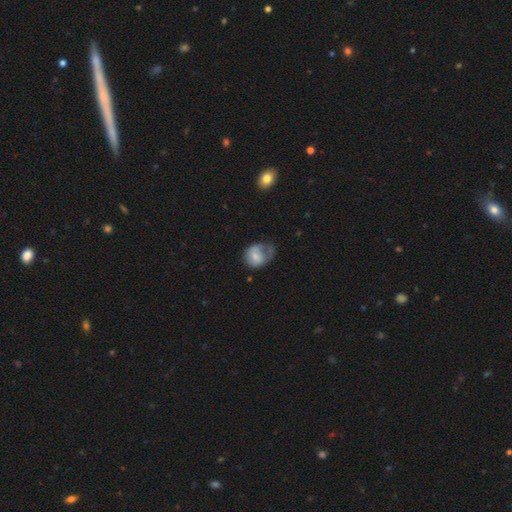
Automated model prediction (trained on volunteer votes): This is likely a smooth galaxy (63%). How rounded: possibly round (56%). Merging: marginally major disturbance (34%).